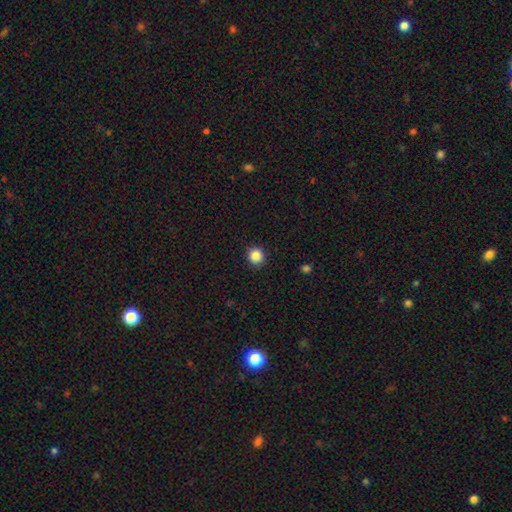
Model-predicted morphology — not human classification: smooth-or-featured: smooth: 87% | star or artifact: 10% | featured or disk: 3%
  how-rounded: round: 91% | in between: 8% | cigar-shaped: 1%
  merging: none: 92% | minor disturbance: 5% | major disturbance: 2% | merger: 1%